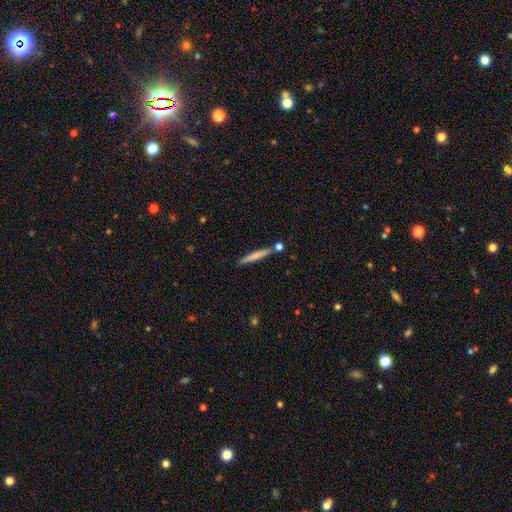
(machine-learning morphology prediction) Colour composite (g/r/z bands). It shows a smooth galaxy with no disk features (67%) that is cigar-shaped (95%). Merging: none (77%).